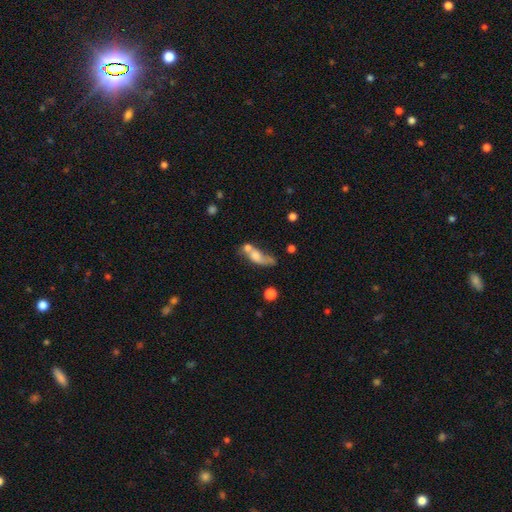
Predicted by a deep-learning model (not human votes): Overall: smooth (55%; featured or disk 35%). How rounded: in between (60%; cigar-shaped 26%). Merging: merger (48%; none 20%).